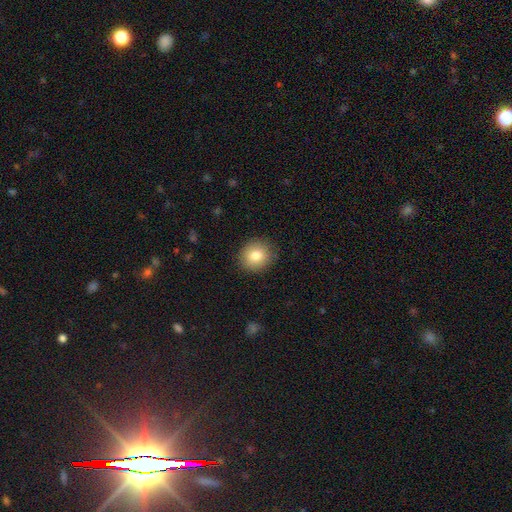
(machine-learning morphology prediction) Overall: smooth (81%). How rounded: round (80%). Merging: none (88%).